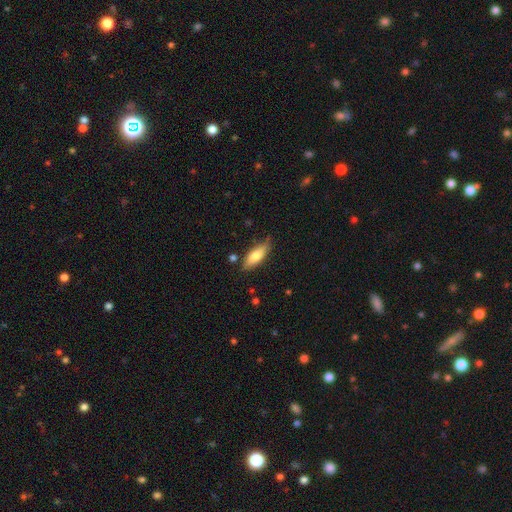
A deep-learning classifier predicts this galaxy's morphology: Smooth or featured? Predicted: smooth (p=0.75). How rounded? Predicted: in between (p=0.65). Merging? Predicted: none (p=0.77).